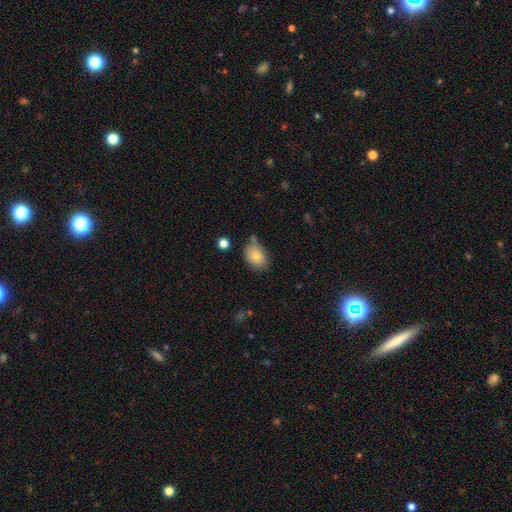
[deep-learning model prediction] Smooth or featured: smooth — 81% (featured or disk — 11%)
How rounded: in between — 76% (round — 23%)
Merging: none — 64% (minor disturbance — 23%)